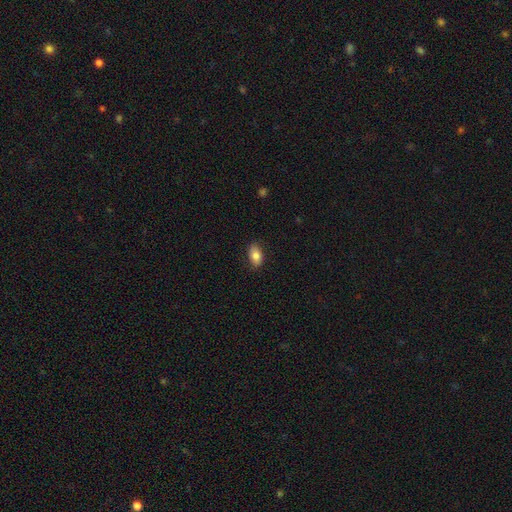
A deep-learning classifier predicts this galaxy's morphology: smooth_or_featured: smooth (p=0.82) [alt: featured or disk p=0.11]
how_rounded: in between (p=0.91) [alt: round p=0.06]
merging: none (p=0.85) [alt: minor disturbance p=0.12]